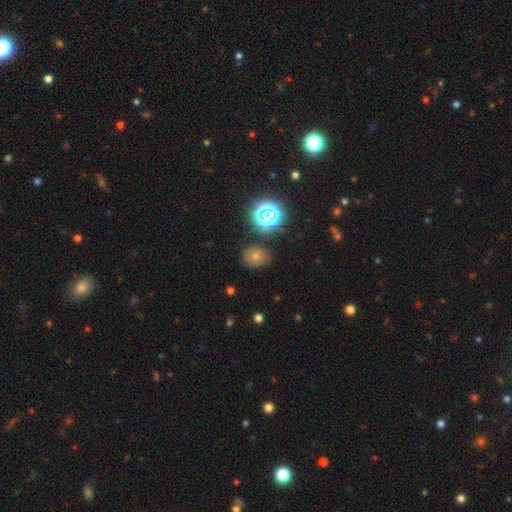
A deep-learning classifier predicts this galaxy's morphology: This is likely a smooth galaxy (65%). How rounded: possibly round (59%). Merging: likely none (75%).